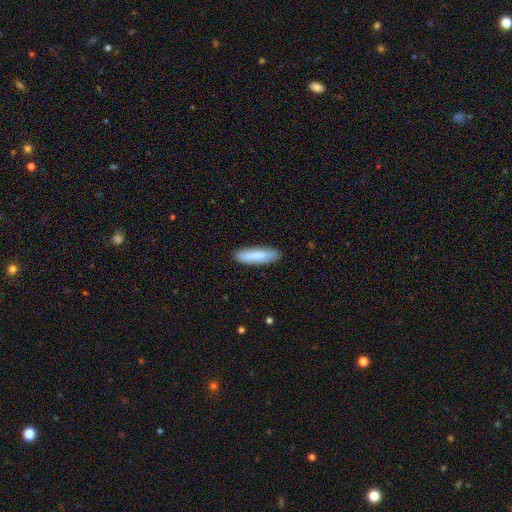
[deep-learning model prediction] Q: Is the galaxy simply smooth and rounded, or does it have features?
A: smooth — 80%.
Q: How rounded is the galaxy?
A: cigar-shaped — 70%.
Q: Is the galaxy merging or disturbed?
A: none — 84%.